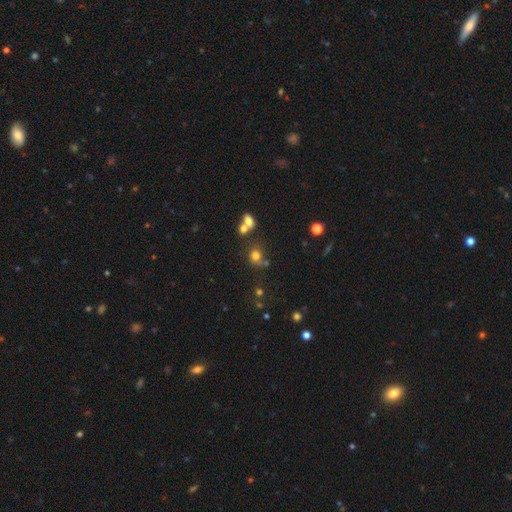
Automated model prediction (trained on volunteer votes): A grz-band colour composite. It shows a smooth galaxy with no disk features (71%) that is round (77%). Merging: none (51%).